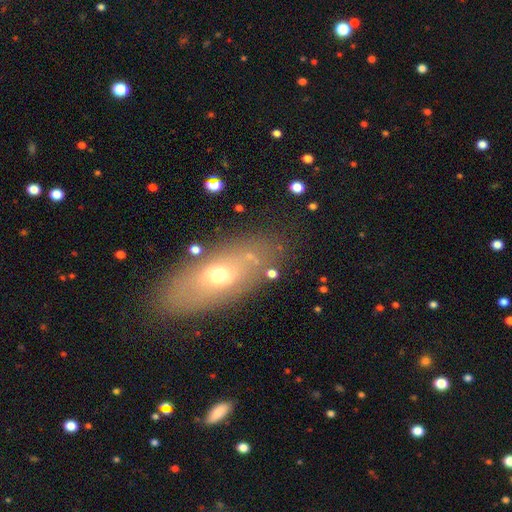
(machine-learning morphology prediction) This is possibly a smooth galaxy (45%). Merging: likely none (78%).